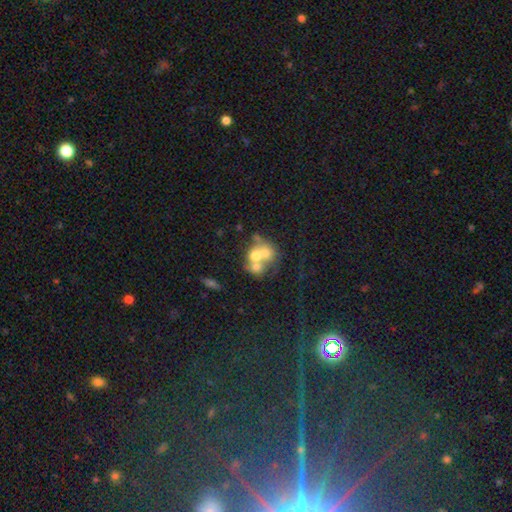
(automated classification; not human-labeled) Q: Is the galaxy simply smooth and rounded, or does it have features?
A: smooth — 52%.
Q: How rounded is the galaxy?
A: round — 68%.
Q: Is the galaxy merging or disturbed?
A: merger — 68%.